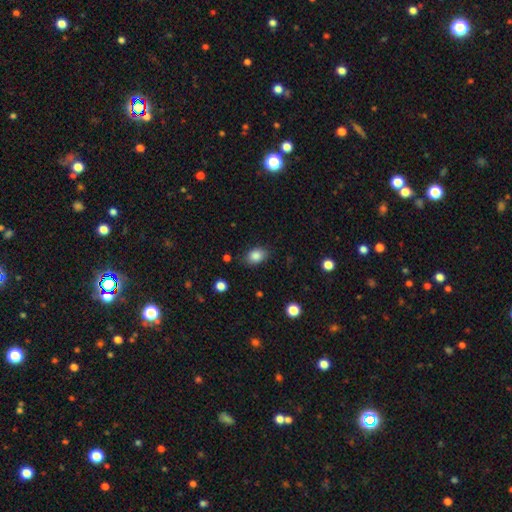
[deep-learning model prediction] A smooth galaxy with no disk features (86%) that is in between round and cigar-shaped (72%). Merging: none (81%).